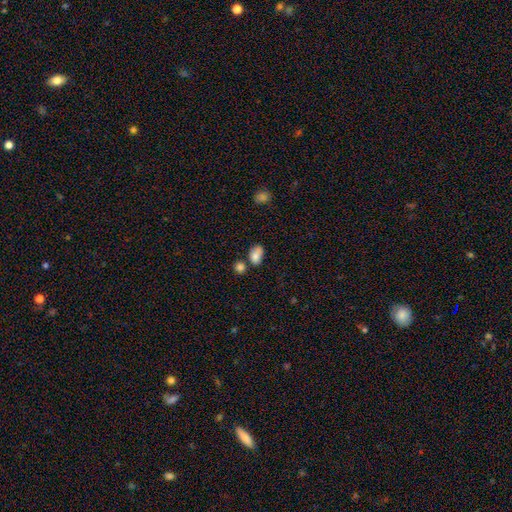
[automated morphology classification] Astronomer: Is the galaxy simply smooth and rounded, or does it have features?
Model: smooth — 82%.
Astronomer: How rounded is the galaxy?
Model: in between — 84%.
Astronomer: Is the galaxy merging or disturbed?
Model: none — 51%.